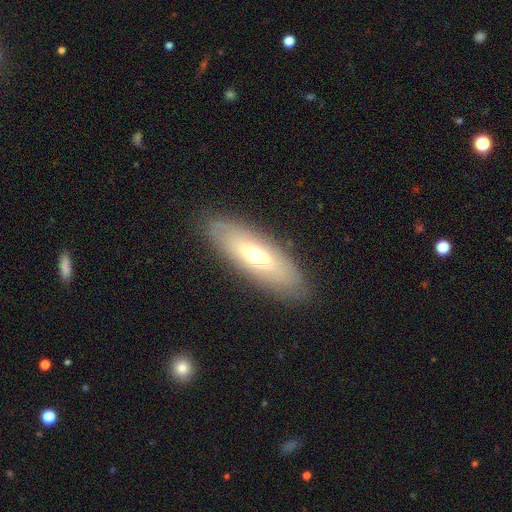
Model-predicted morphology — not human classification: Smooth or featured? Predicted: smooth (p=0.49). Merging? Predicted: none (p=0.85).